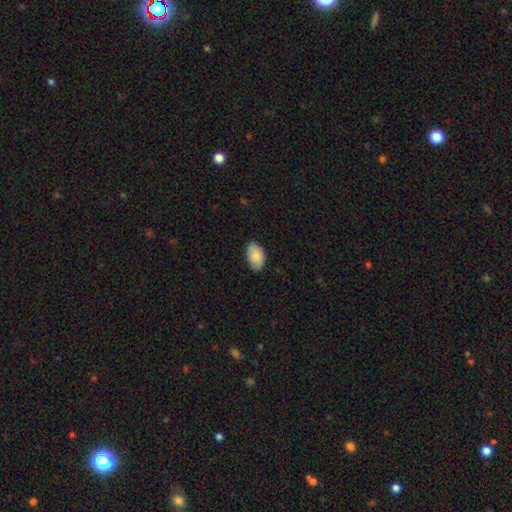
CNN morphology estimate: smooth 86%, featured or disk 8%, star or artifact 6%. Down the decision tree: how rounded — in between (92%); merging — none (78%).